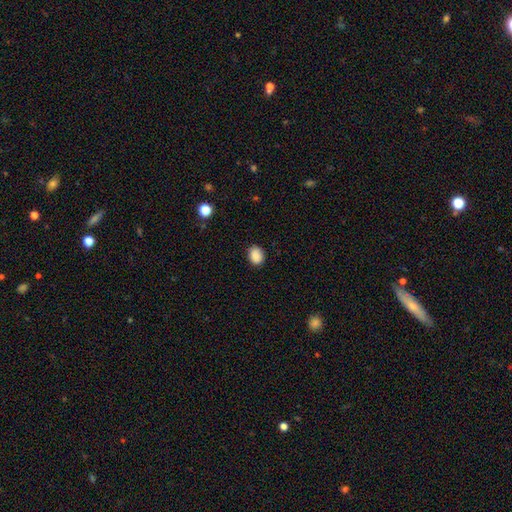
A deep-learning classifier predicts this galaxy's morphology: smooth_or_featured: smooth (p=0.88) [alt: star or artifact p=0.09]
how_rounded: in between (p=0.51) [alt: round p=0.48]
merging: none (p=0.86) [alt: minor disturbance p=0.10]